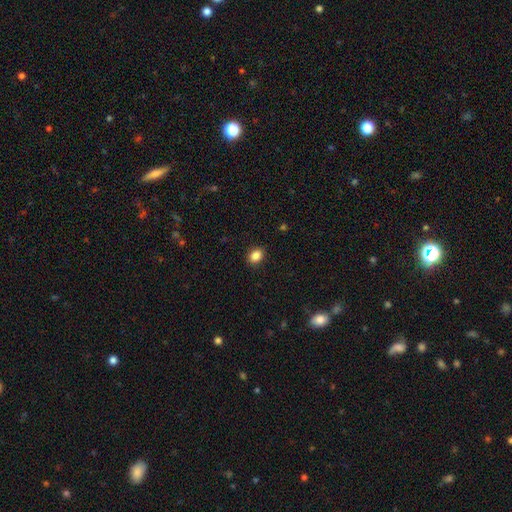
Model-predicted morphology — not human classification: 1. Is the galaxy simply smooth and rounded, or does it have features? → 86% smooth, 9% star or artifact, 4% featured or disk.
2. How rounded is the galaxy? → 61% in between, 38% round, 1% cigar-shaped.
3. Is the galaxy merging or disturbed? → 89% none, 8% minor disturbance, 2% major disturbance, 1% merger.